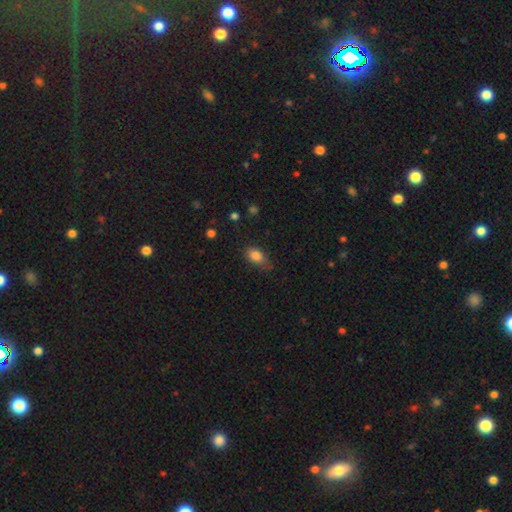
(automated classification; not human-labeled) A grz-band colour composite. It shows a smooth galaxy with no disk features (84%) that is in between round and cigar-shaped (84%). Merging: none (60%).